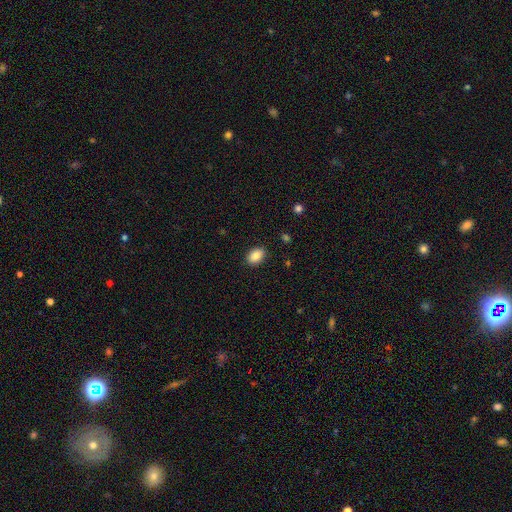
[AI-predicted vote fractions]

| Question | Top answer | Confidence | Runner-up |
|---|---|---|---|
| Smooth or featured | smooth | 88% | star or artifact (8%) |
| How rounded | in between | 83% | round (16%) |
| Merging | none | 89% | minor disturbance (8%) |